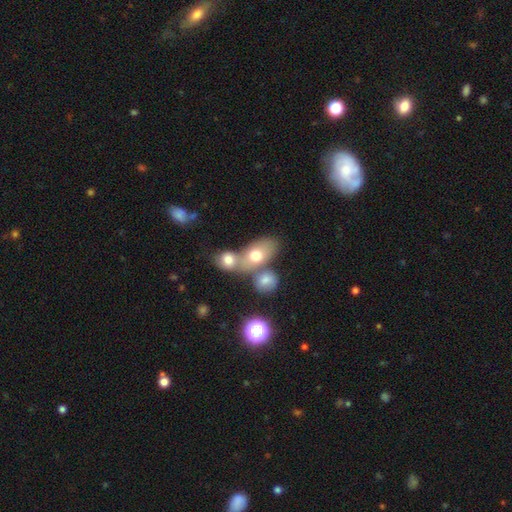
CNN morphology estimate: Smooth or featured? Predicted: smooth (p=0.69). How rounded? Predicted: in between (p=0.75). Merging? Predicted: merger (p=0.54).